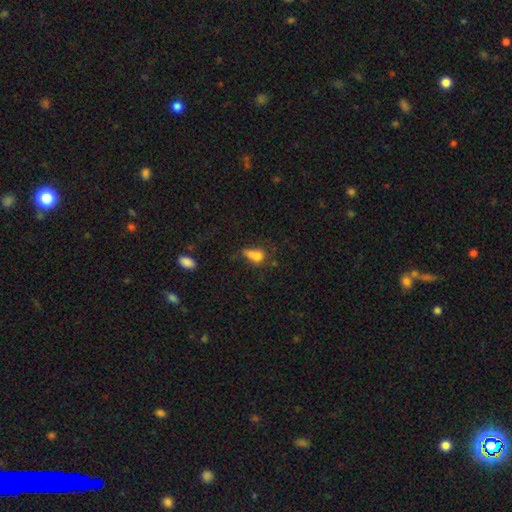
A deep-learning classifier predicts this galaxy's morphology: Q: Smooth or featured?
A: smooth (70%); runner-up: featured or disk (17%)
Q: How rounded?
A: in between (65%); runner-up: round (28%)
Q: Merging?
A: merger (42%); runner-up: none (25%)